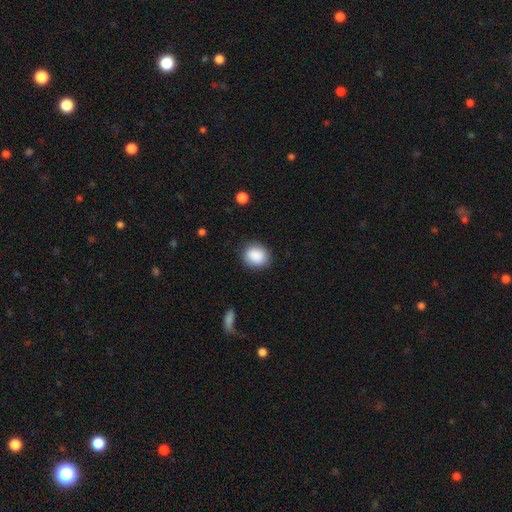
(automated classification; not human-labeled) smooth 89%, star or artifact 7%, featured or disk 4%. Down the decision tree: how rounded — round (73%); merging — none (85%).